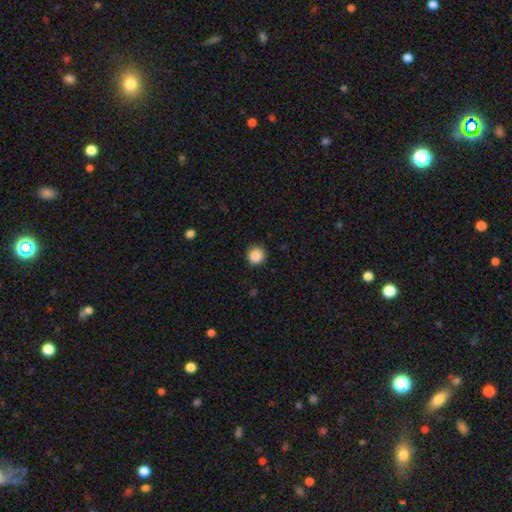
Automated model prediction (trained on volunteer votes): smooth 88%, star or artifact 9%, featured or disk 3%. Down the decision tree: how rounded — round (94%); merging — none (89%).